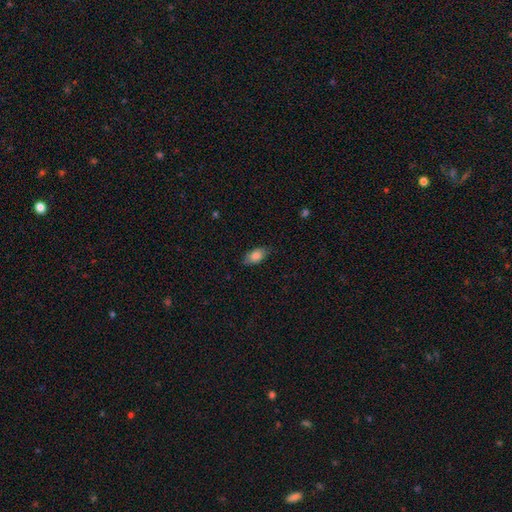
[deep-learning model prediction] Smooth or featured?
  - smooth: 84% *
  - featured or disk: 9%
  - star or artifact: 8%
How rounded?
  - in between: 89% *
  - round: 6%
  - cigar-shaped: 4%
Merging?
  - none: 81% *
  - minor disturbance: 15%
  - major disturbance: 3%
  - merger: 1%